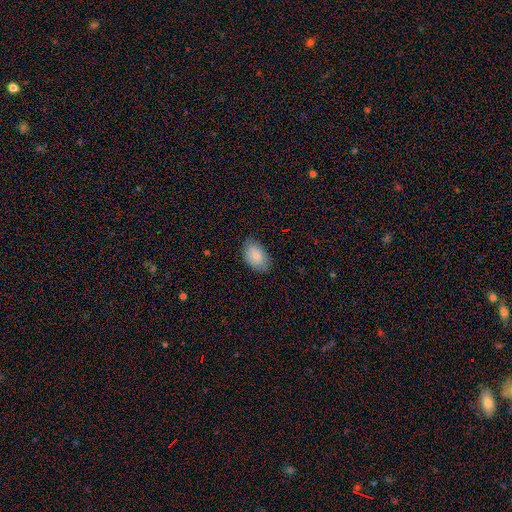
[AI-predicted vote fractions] smooth-or-featured: smooth: 85% | featured or disk: 8% | star or artifact: 6%
  how-rounded: in between: 91% | round: 8% | cigar-shaped: 1%
  merging: none: 80% | minor disturbance: 16% | major disturbance: 3% | merger: 1%